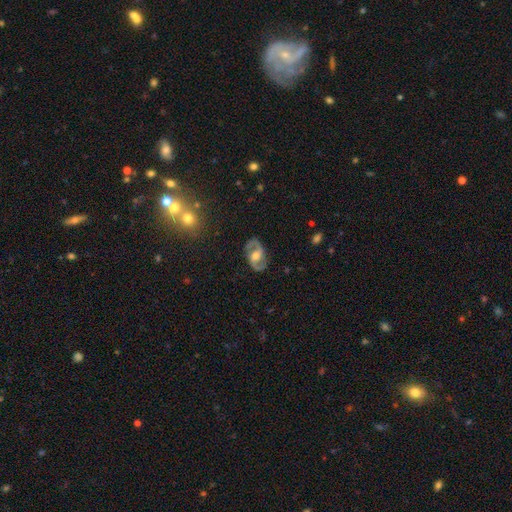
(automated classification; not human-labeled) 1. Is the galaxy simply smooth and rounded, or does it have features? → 85% featured or disk, 9% smooth, 5% star or artifact.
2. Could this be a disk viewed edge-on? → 97% no, 3% yes.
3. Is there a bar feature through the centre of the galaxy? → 45% weak, 34% no, 21% strong.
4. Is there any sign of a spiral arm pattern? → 93% yes, 7% no.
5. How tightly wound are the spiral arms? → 56% medium, 28% loose, 17% tight.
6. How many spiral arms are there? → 93% 2, 3% can't tell, 1% 1, 1% 3, 1% 4, 1% more than 4.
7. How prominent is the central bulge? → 67% moderate, 17% small, 13% large, 3% none, 1% dominant.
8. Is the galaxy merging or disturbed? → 84% none, 11% minor disturbance, 4% major disturbance, 1% merger.